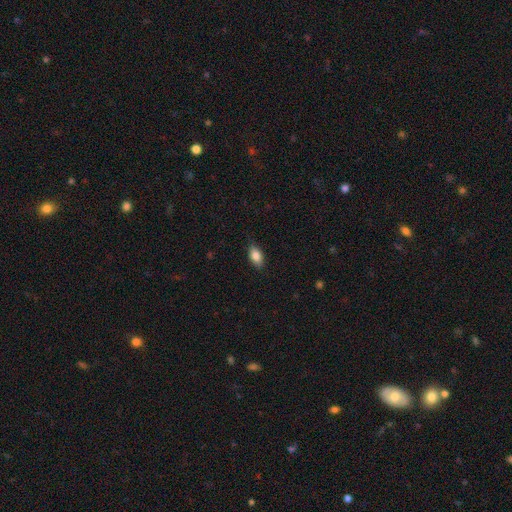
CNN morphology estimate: Overall: smooth (83%). How rounded: in between (89%). Merging: none (83%).